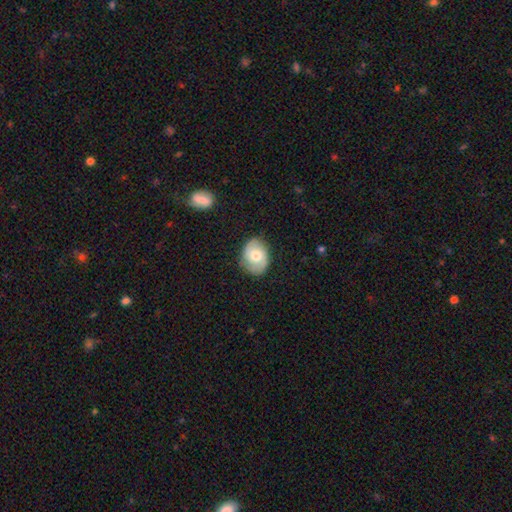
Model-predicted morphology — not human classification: Overall: smooth (59%; featured or disk 35%). How rounded: in between (67%; round 32%). Merging: none (79%).